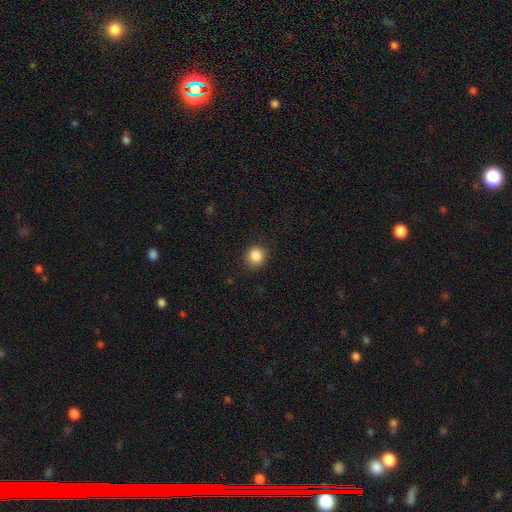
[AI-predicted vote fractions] A smooth galaxy with no disk features (87%) that is round (90%). Merging: none (89%).